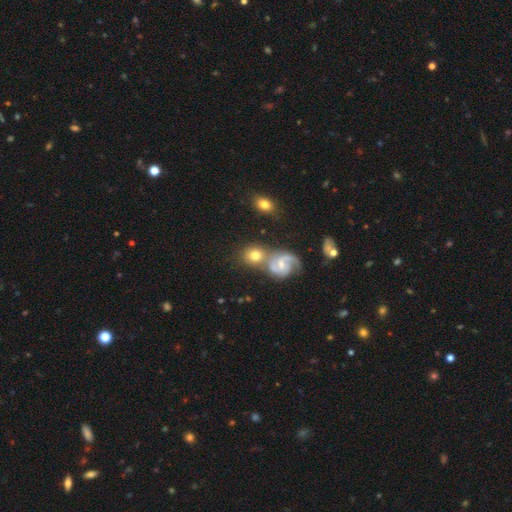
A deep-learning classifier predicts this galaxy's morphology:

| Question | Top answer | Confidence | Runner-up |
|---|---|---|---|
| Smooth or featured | smooth | 47% | featured or disk (42%) |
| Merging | none | 55% | merger (29%) |